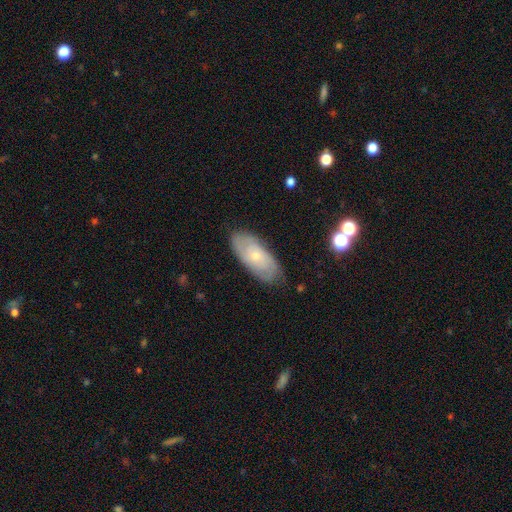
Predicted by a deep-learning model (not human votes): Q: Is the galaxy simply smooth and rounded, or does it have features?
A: featured or disk — 57%.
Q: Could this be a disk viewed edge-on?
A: no — 89%.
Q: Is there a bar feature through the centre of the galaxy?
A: no — 80%.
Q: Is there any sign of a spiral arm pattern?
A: yes — 76%.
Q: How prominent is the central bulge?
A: small — 67%.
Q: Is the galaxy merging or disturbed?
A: none — 78%.